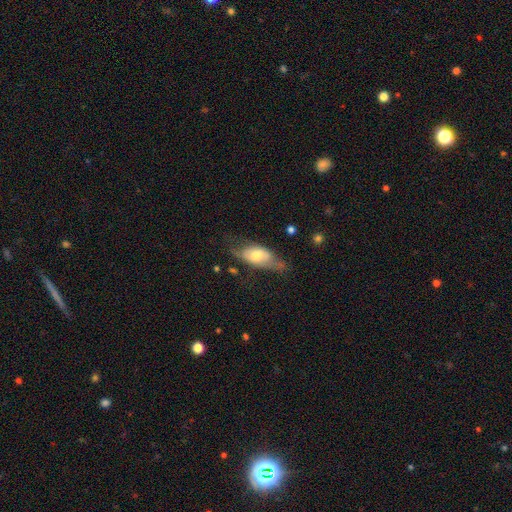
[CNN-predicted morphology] A featured or disk galaxy (47%).

Vote fractions:
- Smooth or featured? featured or disk: 47% / smooth: 46% / star or artifact: 8%
- Merging? none: 48% / minor disturbance: 31% / major disturbance: 19% / merger: 3%